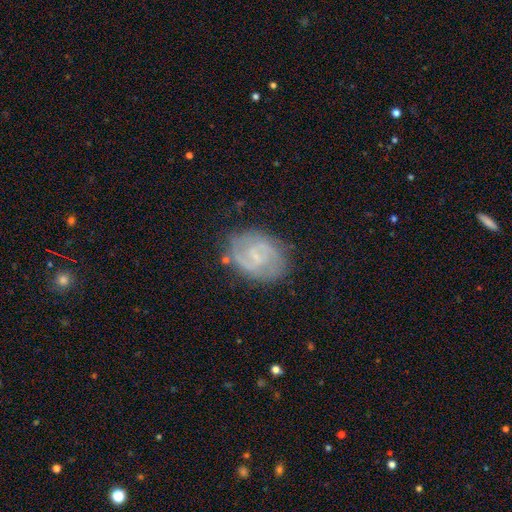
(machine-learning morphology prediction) Smooth or featured: featured or disk — 77% (smooth — 16%)
Edge-on disk: no — 98% (yes — 2%)
Bar: weak — 56% (no — 32%)
Spiral arms: yes — 93% (no — 7%)
Spiral winding: medium — 49% (tight — 35%)
Spiral arm count: 2 — 79% (can't tell — 11%)
Bulge size: small — 65% (none — 18%)
Merging: none — 77% (minor disturbance — 15%)